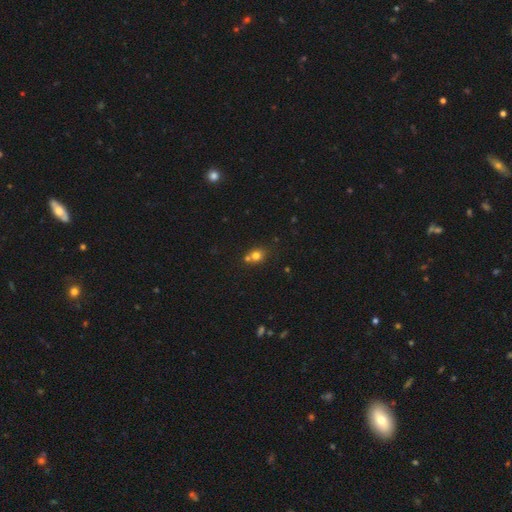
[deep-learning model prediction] Smooth or featured?
  - smooth: 75% *
  - star or artifact: 14%
  - featured or disk: 11%
How rounded?
  - round: 71% *
  - in between: 28%
  - cigar-shaped: 1%
Merging?
  - none: 50% *
  - merger: 37%
  - minor disturbance: 10%
  - major disturbance: 3%